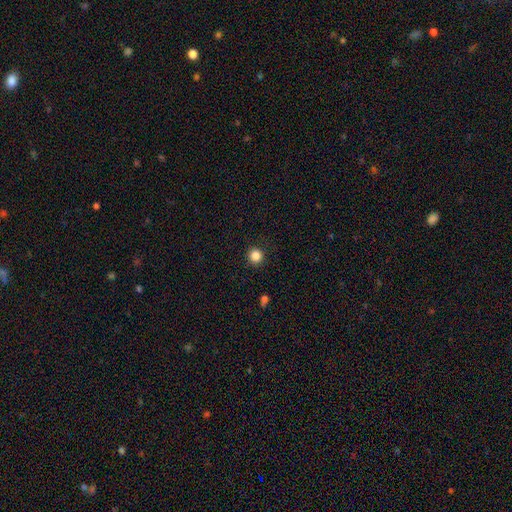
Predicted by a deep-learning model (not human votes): Smooth or featured? smooth (85%)
How rounded? round (93%)
Merging? none (92%)